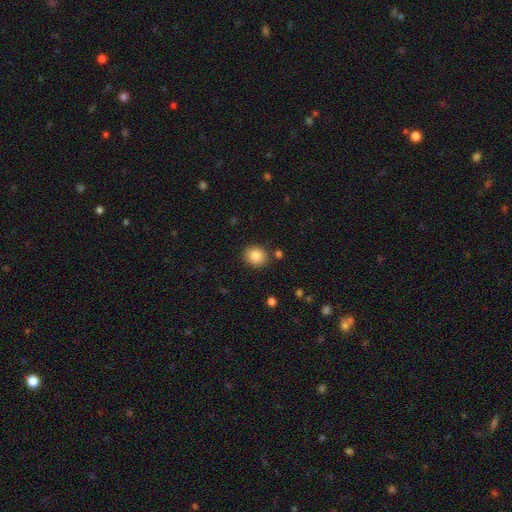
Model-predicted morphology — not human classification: The model was most divided on "how rounded": round: 76%, in between: 23%, cigar-shaped: 1%. More confident: merging — none (86%); smooth or featured — smooth (85%).